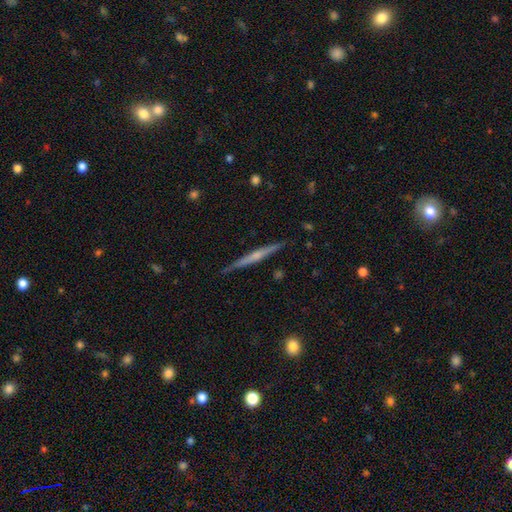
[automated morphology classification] Smooth or featured?
  - featured or disk: 70% *
  - smooth: 24%
  - star or artifact: 6%
Edge-on disk?
  - yes: 98% *
  - no: 2%
Edge-on bulge?
  - rounded: 62% *
  - none: 30%
  - boxy: 8%
Merging?
  - none: 89% *
  - minor disturbance: 9%
  - major disturbance: 2%
  - merger: 1%